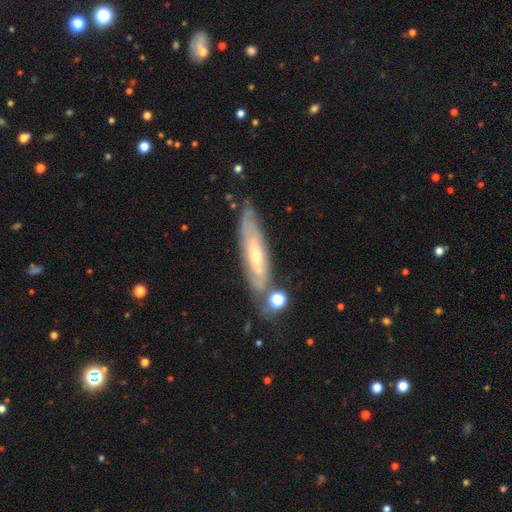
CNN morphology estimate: A featured or disk galaxy (72%). Merging: none (68%).